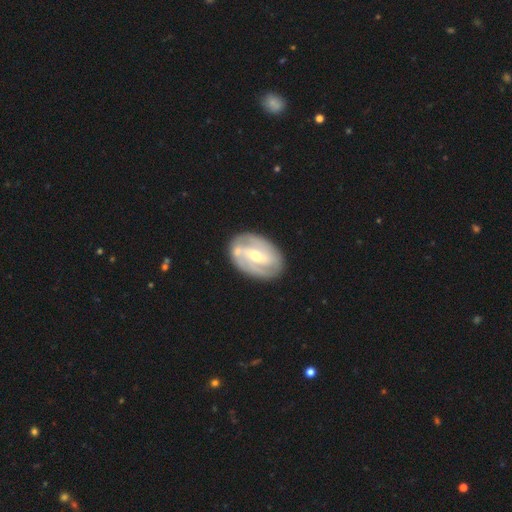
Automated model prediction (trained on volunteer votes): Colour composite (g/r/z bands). It shows a featured or disk galaxy (81%) with a strong bar (41%), 2 (64%) tight (44%) spiral arms (88%) and a moderate central bulge (62%). Merging: none (79%).